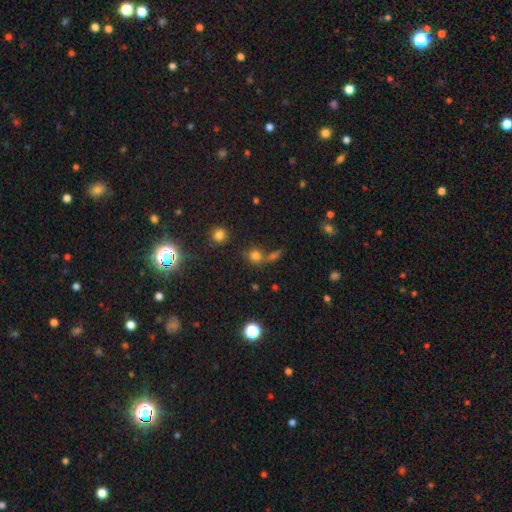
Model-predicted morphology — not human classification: Smooth or featured? Predicted: smooth (p=0.73). How rounded? Predicted: round (p=0.79). Merging? Predicted: none (p=0.54).